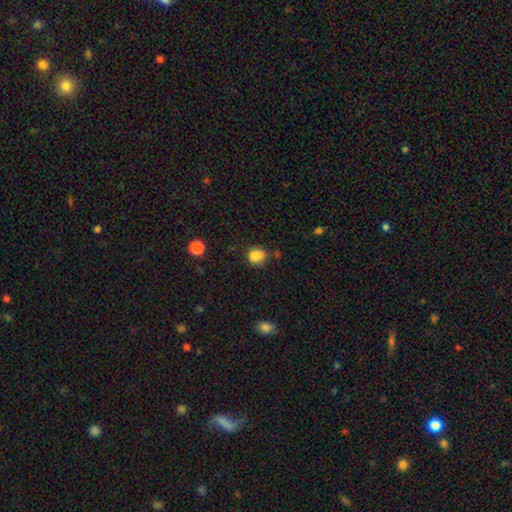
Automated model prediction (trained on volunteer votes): smooth-or-featured: smooth: 80% | star or artifact: 12% | featured or disk: 8%
  how-rounded: round: 60% | in between: 39% | cigar-shaped: 1%
  merging: none: 52% | minor disturbance: 25% | merger: 15% | major disturbance: 8%